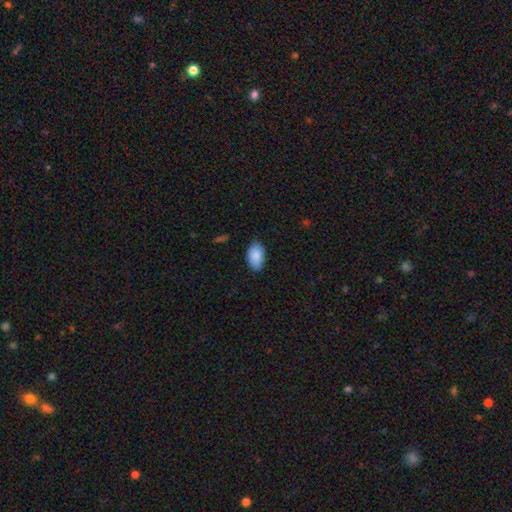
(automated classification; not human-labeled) smooth 88%, star or artifact 6%, featured or disk 6%. Down the decision tree: how rounded — in between (93%); merging — none (83%).